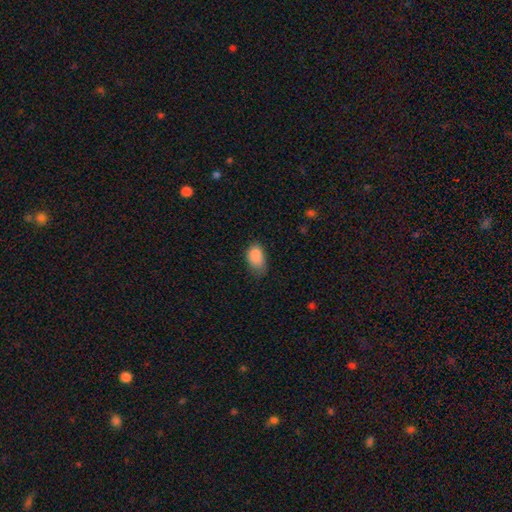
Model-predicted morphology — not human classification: Q: Smooth or featured?
A: smooth (86%); runner-up: star or artifact (9%)
Q: How rounded?
A: in between (87%); runner-up: round (12%)
Q: Merging?
A: none (48%); runner-up: minor disturbance (38%)